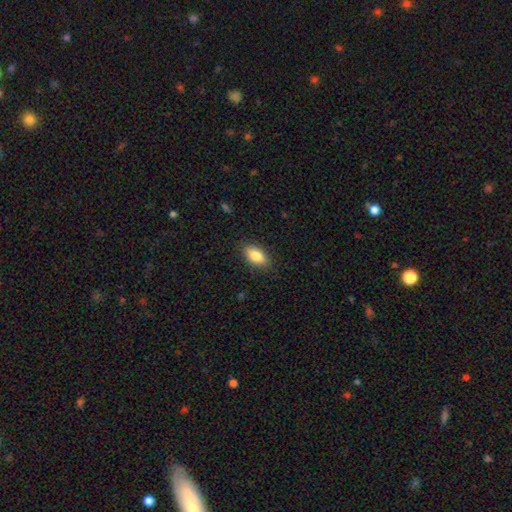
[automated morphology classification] A smooth galaxy with no disk features (84%) that is in between round and cigar-shaped (90%).

Vote fractions:
- Smooth or featured? smooth: 84% / featured or disk: 9% / star or artifact: 7%
- How rounded? in between: 90% / cigar-shaped: 6% / round: 5%
- Merging? none: 87% / minor disturbance: 10% / major disturbance: 2% / merger: 1%